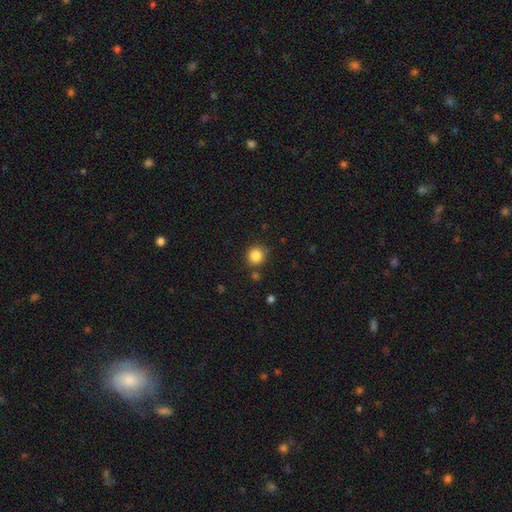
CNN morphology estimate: type=smooth (85%); roundness=round (91%); merging=none (82%).